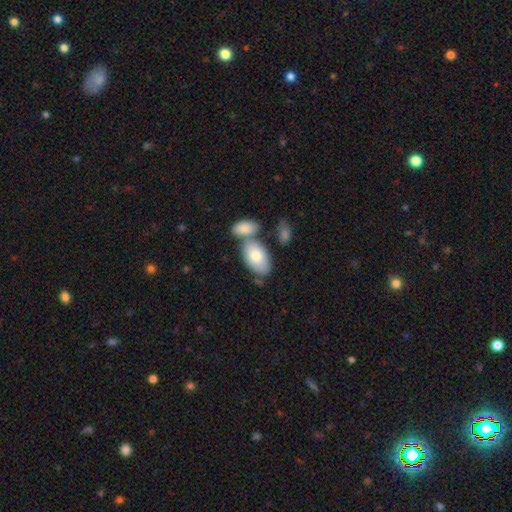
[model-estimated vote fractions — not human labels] Morphology: type=smooth (77%); roundness=in between (94%); merging=none (51%).